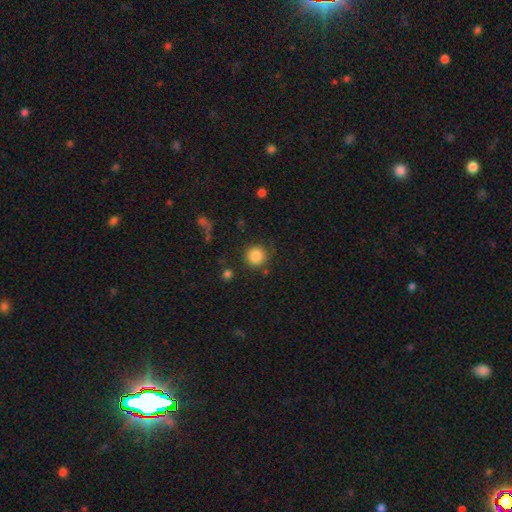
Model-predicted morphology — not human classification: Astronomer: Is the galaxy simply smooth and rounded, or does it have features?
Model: smooth — 86%.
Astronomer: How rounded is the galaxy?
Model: round — 93%.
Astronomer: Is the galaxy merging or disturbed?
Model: none — 82%.